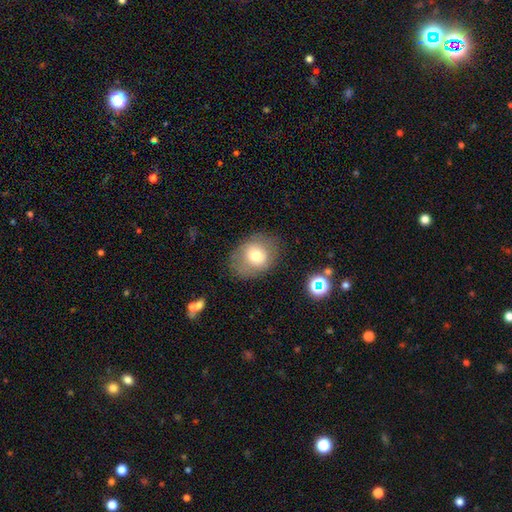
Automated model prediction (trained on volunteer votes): This appears to be a smooth galaxy with no disk features (71%) that is round (52%). Merging: none (74%).